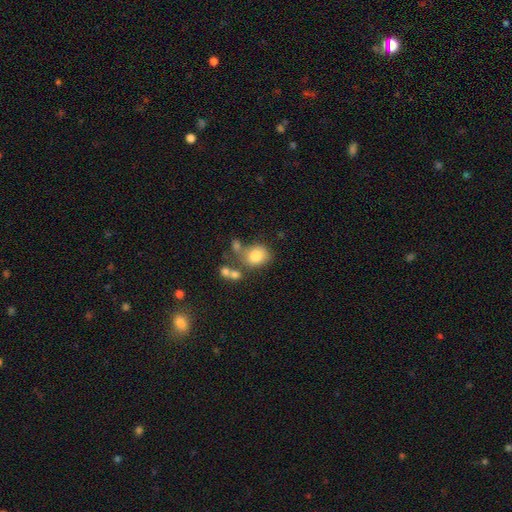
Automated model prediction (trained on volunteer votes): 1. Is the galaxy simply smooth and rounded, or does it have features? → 79% smooth, 11% featured or disk, 10% star or artifact.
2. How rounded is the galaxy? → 58% round, 41% in between, 1% cigar-shaped.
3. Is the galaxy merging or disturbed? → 53% none, 23% merger, 17% minor disturbance, 8% major disturbance.